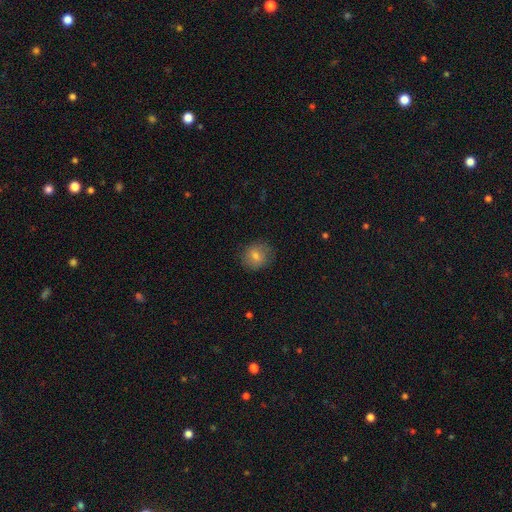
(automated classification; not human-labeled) Q: Smooth or featured?
A: smooth (70%); runner-up: featured or disk (18%)
Q: How rounded?
A: round (79%); runner-up: in between (20%)
Q: Merging?
A: none (85%); runner-up: minor disturbance (11%)